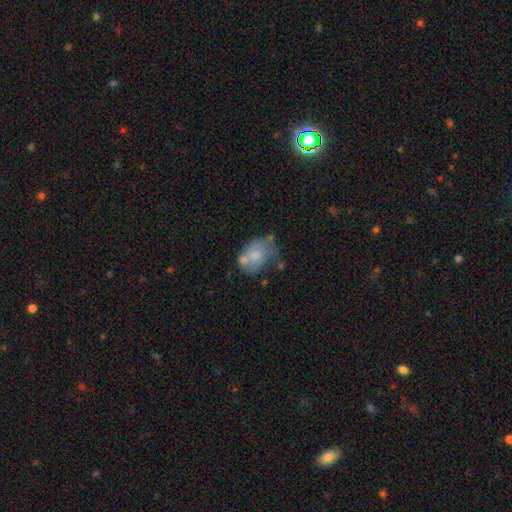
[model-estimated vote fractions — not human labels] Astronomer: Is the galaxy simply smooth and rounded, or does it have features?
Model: smooth — 62%.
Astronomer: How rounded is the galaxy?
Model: in between — 73%.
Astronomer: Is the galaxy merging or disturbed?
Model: none — 35% (runner-up: minor disturbance, 27%).